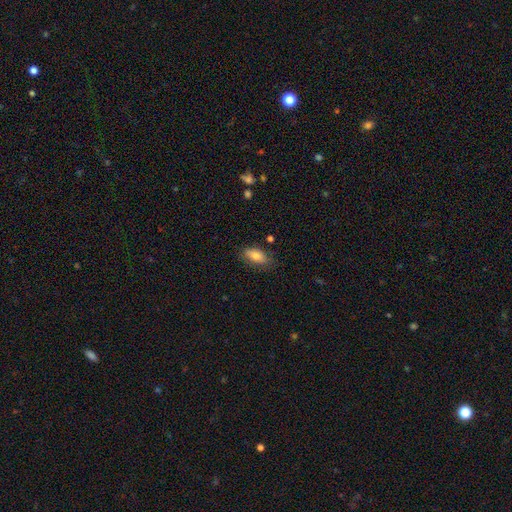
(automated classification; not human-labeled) This is clearly a smooth galaxy (82%). How rounded: clearly in between (89%). Merging: likely none (77%).